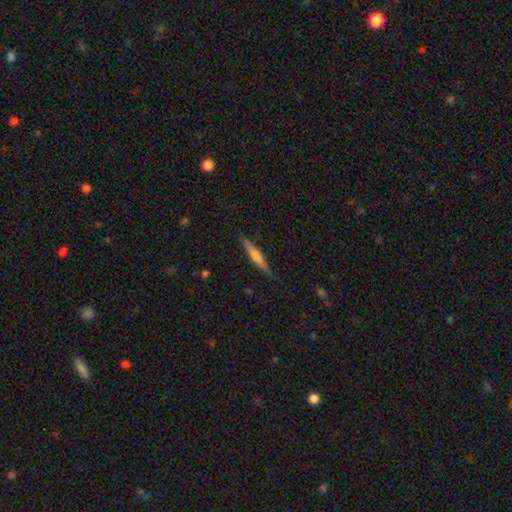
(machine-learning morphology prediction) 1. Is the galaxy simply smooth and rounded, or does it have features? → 67% featured or disk, 27% smooth, 6% star or artifact.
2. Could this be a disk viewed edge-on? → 98% yes, 2% no.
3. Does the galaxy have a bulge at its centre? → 70% rounded, 21% boxy, 9% none.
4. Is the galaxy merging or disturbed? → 89% none, 8% minor disturbance, 2% major disturbance, 1% merger.